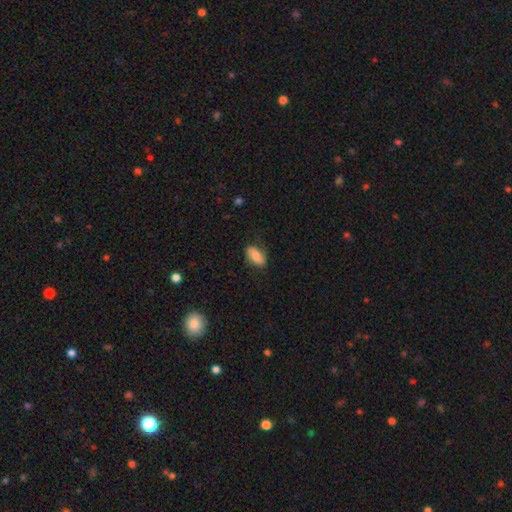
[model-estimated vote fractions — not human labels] smooth_or_featured: smooth (p=0.58) [alt: featured or disk p=0.34]
how_rounded: in between (p=0.89) [alt: round p=0.07]
merging: none (p=0.71) [alt: minor disturbance p=0.21]